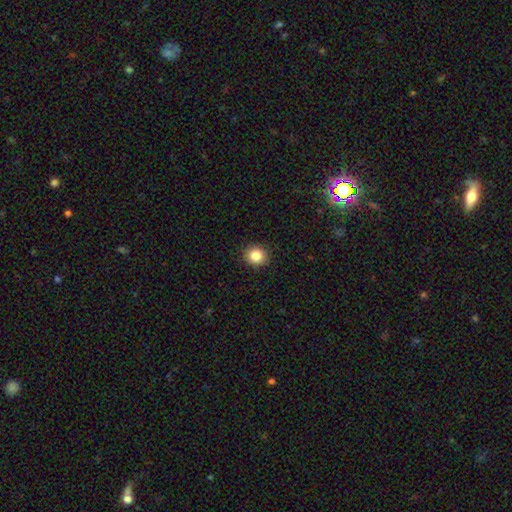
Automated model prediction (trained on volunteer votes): smooth 85%, star or artifact 10%, featured or disk 5%. Down the decision tree: how rounded — round (86%); merging — none (91%).